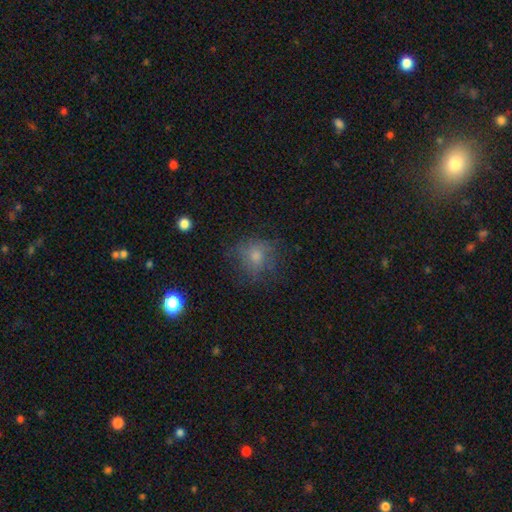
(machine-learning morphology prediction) type=smooth (66%); roundness=round (79%); merging=none (65%).